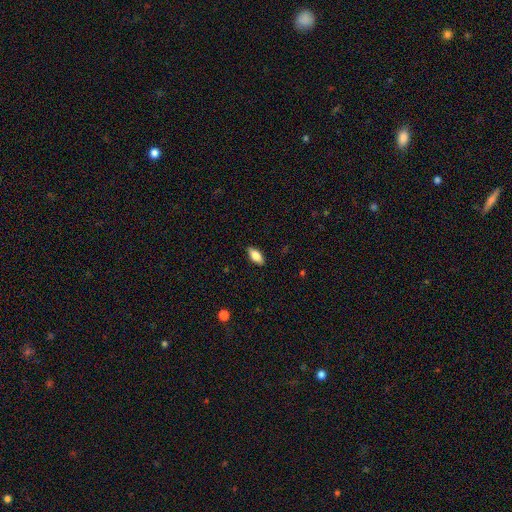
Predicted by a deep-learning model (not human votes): Smooth or featured? Predicted: smooth (p=0.77). How rounded? Predicted: in between (p=0.85). Merging? Predicted: none (p=0.88).